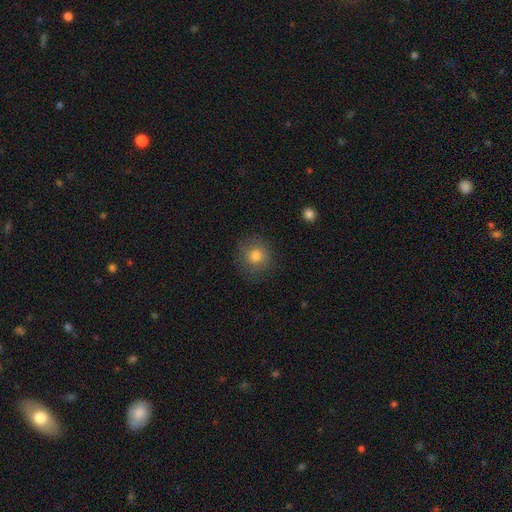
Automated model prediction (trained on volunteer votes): Smooth or featured?
  - smooth: 79% *
  - star or artifact: 11%
  - featured or disk: 10%
How rounded?
  - round: 89% *
  - in between: 10%
  - cigar-shaped: 1%
Merging?
  - none: 82% *
  - minor disturbance: 12%
  - major disturbance: 5%
  - merger: 1%